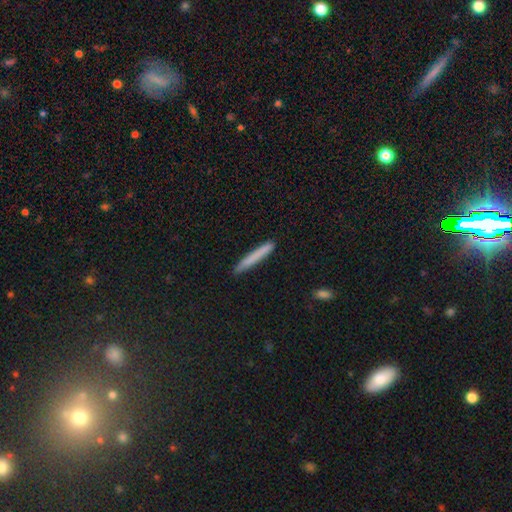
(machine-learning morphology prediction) smooth_or_featured: smooth (p=0.76) [alt: featured or disk p=0.18]
how_rounded: cigar-shaped (p=0.97) [alt: in between p=0.02]
merging: none (p=0.89) [alt: minor disturbance p=0.08]